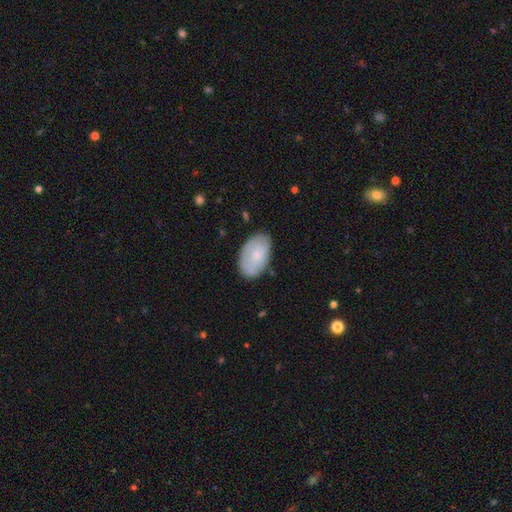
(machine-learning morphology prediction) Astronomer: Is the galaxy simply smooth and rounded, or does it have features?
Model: smooth — 70%.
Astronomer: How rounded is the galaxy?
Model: in between — 93%.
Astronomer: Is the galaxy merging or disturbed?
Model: none — 76%.